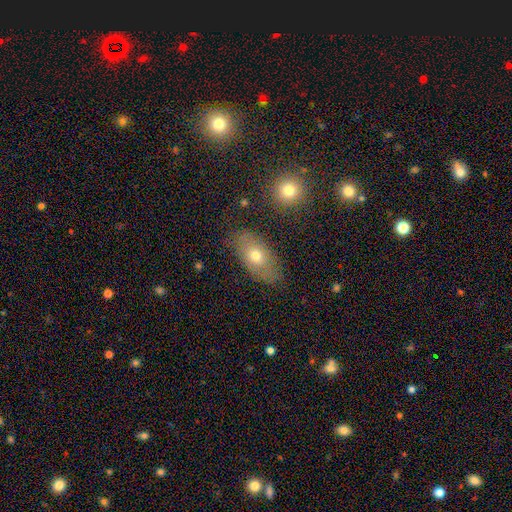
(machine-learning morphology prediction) Smooth or featured?
  - smooth: 66% *
  - featured or disk: 25%
  - star or artifact: 10%
How rounded?
  - in between: 87% *
  - round: 8%
  - cigar-shaped: 5%
Merging?
  - none: 77% *
  - minor disturbance: 15%
  - major disturbance: 5%
  - merger: 3%